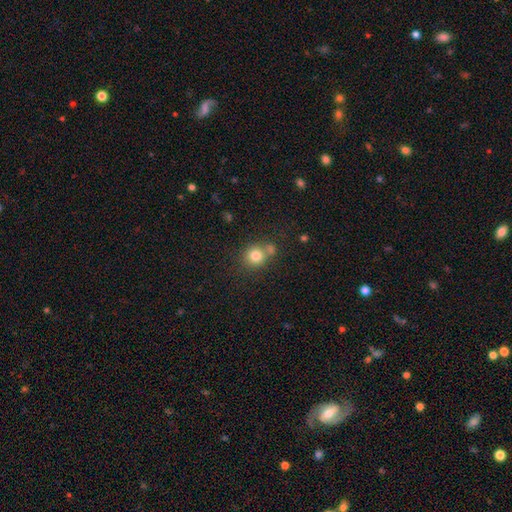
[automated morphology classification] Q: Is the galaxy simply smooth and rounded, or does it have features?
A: smooth — 80%.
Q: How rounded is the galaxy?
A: round — 86%.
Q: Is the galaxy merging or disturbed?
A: none — 61%.